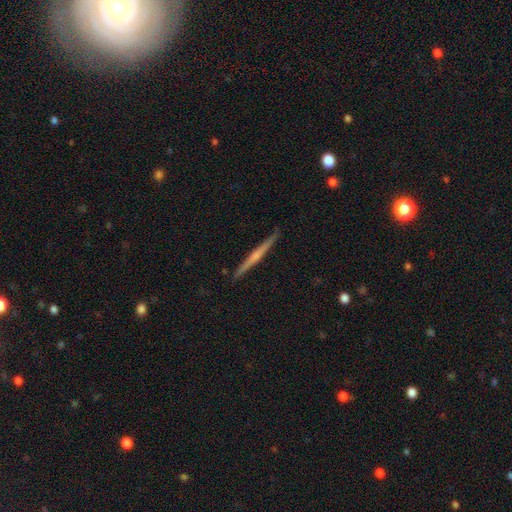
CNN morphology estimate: A featured or disk galaxy (66%) viewed edge-on (98%) with a rounded central bulge (49%).

Vote fractions:
- Smooth or featured? featured or disk: 66% / smooth: 28% / star or artifact: 6%
- Edge-on disk? yes: 98% / no: 2%
- Edge-on bulge? rounded: 49% / none: 43% / boxy: 8%
- Merging? none: 92% / minor disturbance: 6% / major disturbance: 1% / merger: 1%